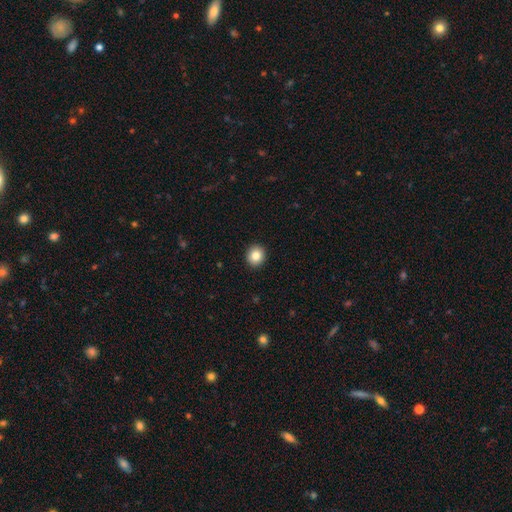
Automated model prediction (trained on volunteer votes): smooth_or_featured: smooth (p=0.84) [alt: star or artifact p=0.10]
how_rounded: round (p=0.83) [alt: in between p=0.16]
merging: none (p=0.92) [alt: minor disturbance p=0.05]